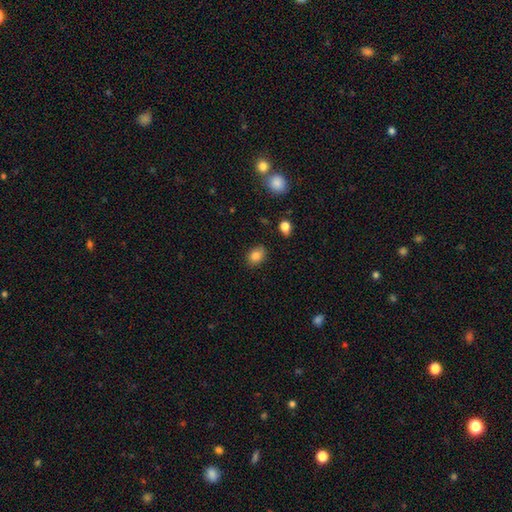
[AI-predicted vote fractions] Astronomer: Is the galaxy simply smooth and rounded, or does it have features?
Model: smooth — 84%.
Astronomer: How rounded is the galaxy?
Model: in between — 67%.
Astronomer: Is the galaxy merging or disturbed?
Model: none — 81%.